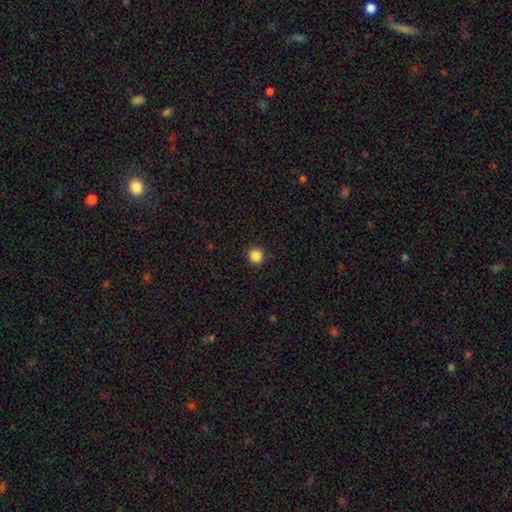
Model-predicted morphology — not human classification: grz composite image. It shows a smooth galaxy with no disk features (87%) that is round (95%). Merging: none (92%).